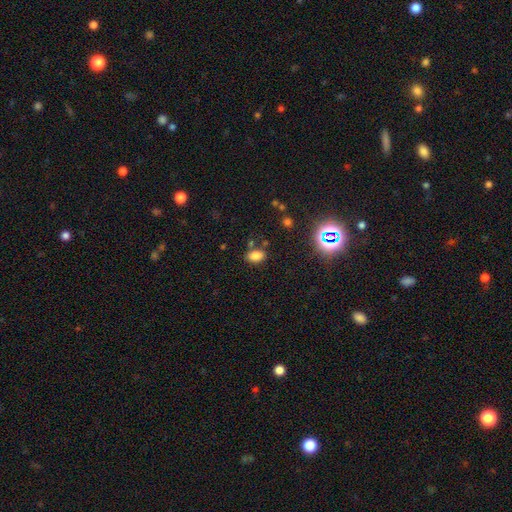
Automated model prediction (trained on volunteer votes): smooth 78%, star or artifact 15%, featured or disk 7%. Down the decision tree: how rounded — in between (85%); merging — none (76%).